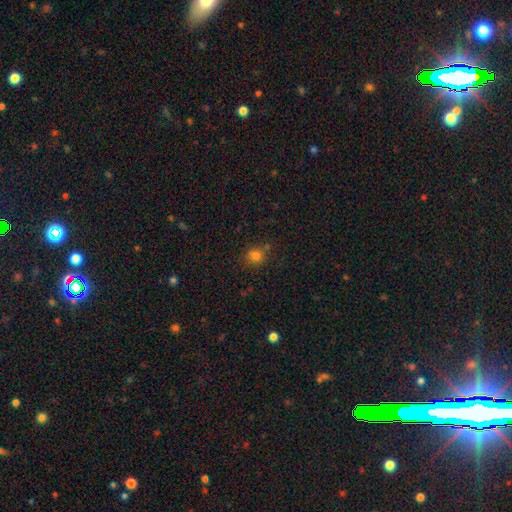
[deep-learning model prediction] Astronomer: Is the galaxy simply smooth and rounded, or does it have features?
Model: smooth — 78%.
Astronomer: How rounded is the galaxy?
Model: round — 80%.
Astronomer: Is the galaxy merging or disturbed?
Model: none — 75%.